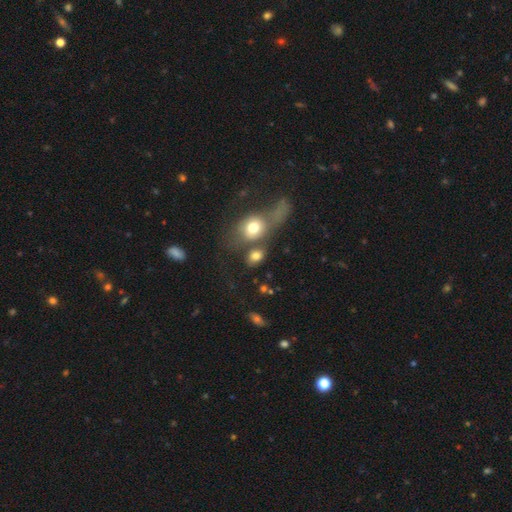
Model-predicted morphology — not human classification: Smooth or featured? Predicted: smooth (p=0.76). How rounded? Predicted: in between (p=0.58). Merging? Predicted: merger (p=0.40).